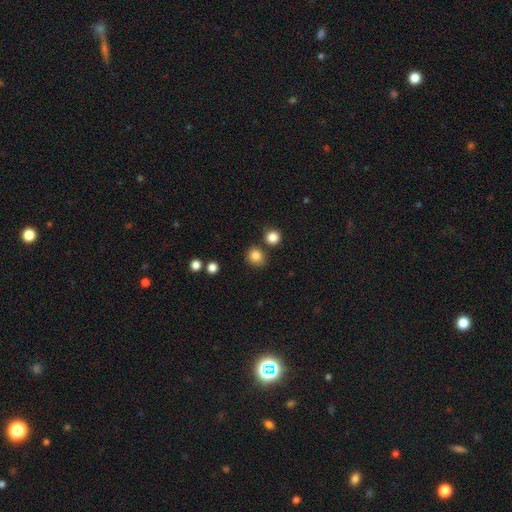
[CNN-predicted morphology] A smooth galaxy with no disk features (83%) that is round (82%).

Vote fractions:
- Smooth or featured? smooth: 83% / star or artifact: 12% / featured or disk: 5%
- How rounded? round: 82% / in between: 17% / cigar-shaped: 1%
- Merging? none: 79% / minor disturbance: 9% / merger: 9% / major disturbance: 3%